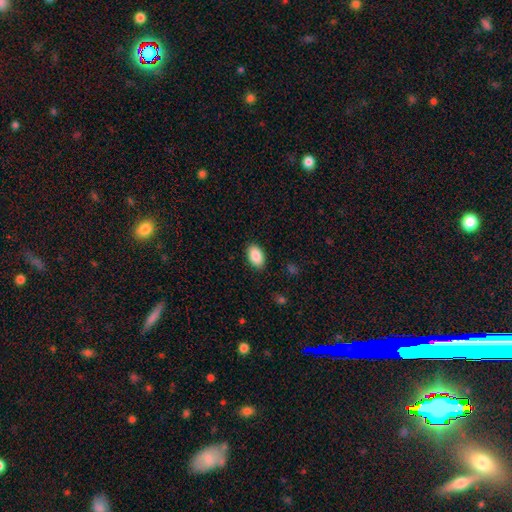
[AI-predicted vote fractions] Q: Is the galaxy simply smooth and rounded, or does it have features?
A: smooth — 89%.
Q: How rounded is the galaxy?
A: in between — 93%.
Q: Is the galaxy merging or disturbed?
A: none — 88%.